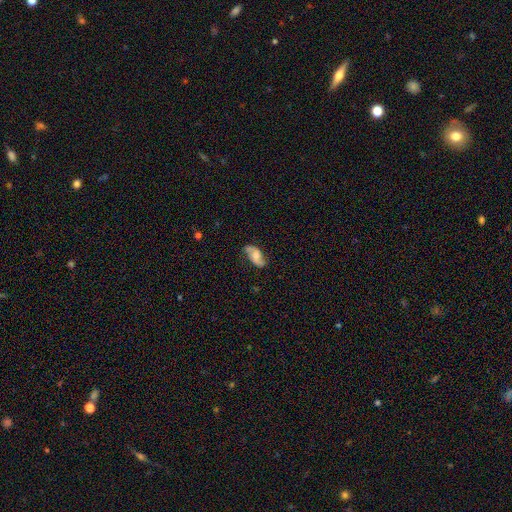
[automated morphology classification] Smooth or featured?
  - featured or disk: 66% *
  - smooth: 27%
  - star or artifact: 7%
Edge-on disk?
  - no: 94% *
  - yes: 6%
Bar?
  - no: 58% *
  - weak: 33%
  - strong: 9%
Spiral arms?
  - yes: 91% *
  - no: 9%
Spiral winding?
  - loose: 57% *
  - medium: 31%
  - tight: 12%
Spiral arm count?
  - 2: 90% *
  - can't tell: 5%
  - 1: 2%
  - 3: 1%
  - 4: 1%
  - more than 4: 1%
Bulge size?
  - moderate: 54% *
  - small: 27%
  - large: 10%
  - none: 7%
  - dominant: 2%
Merging?
  - none: 76% *
  - minor disturbance: 17%
  - major disturbance: 5%
  - merger: 2%